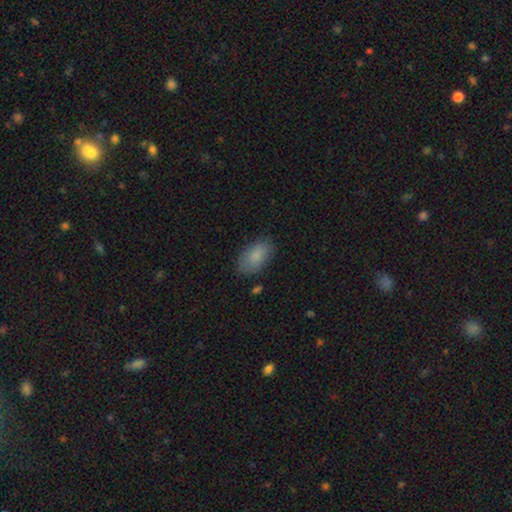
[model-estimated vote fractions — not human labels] A smooth galaxy with no disk features (86%) that is in between round and cigar-shaped (93%). Merging: none (80%).